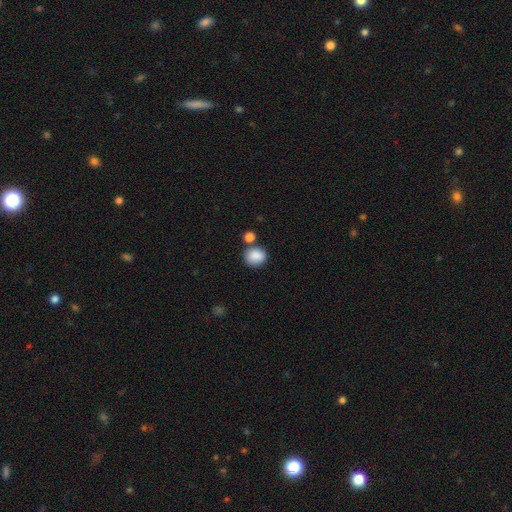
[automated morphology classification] This is clearly a smooth galaxy (87%). How rounded: likely round (75%). Merging: likely none (69%).